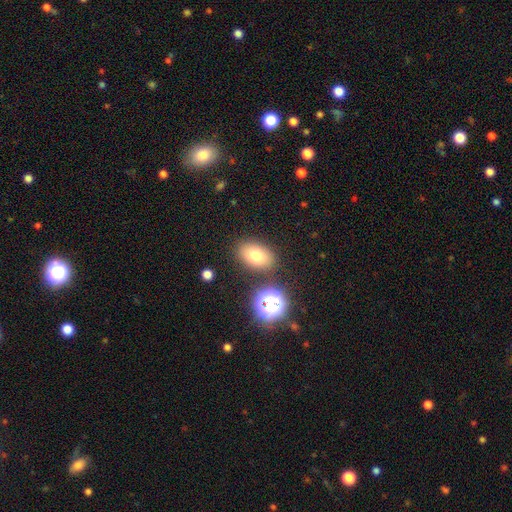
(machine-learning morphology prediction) The model was most divided on "how rounded": in between: 80%, round: 19%, cigar-shaped: 1%. More confident: merging — none (81%); smooth or featured — smooth (74%).